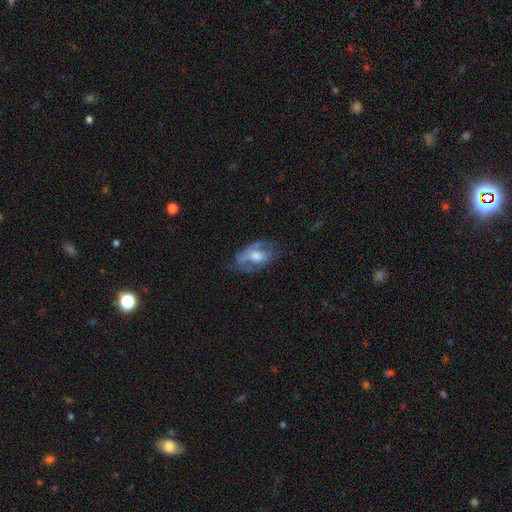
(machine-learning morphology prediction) smooth-or-featured: featured or disk: 54% | smooth: 38% | star or artifact: 8%
  disk-edge-on: no: 89% | yes: 11%
  merging: none: 49% | minor disturbance: 28% | major disturbance: 21% | merger: 2%